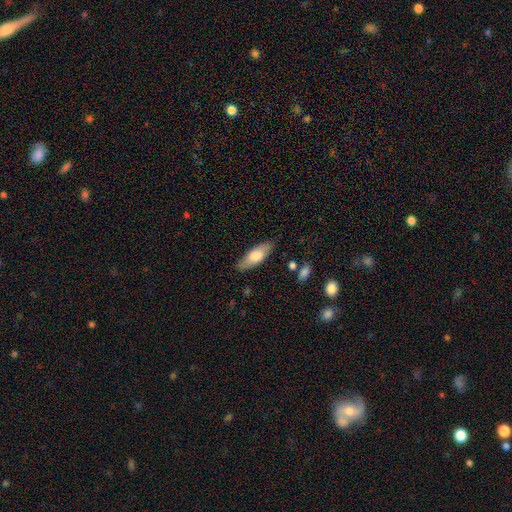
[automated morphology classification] Overall: smooth (70%). How rounded: in between (67%; cigar-shaped 31%). Merging: none (83%).